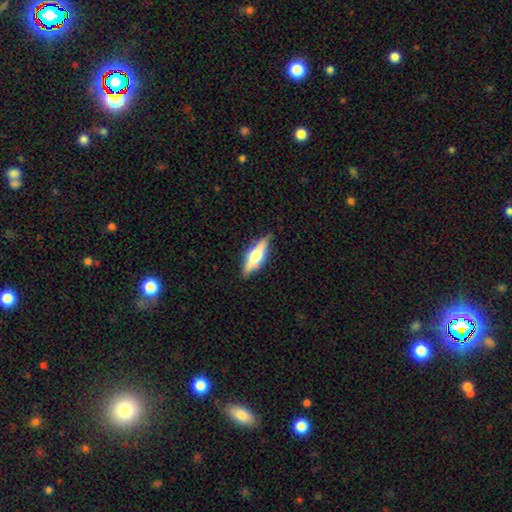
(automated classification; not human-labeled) smooth-or-featured: featured or disk: 58% | smooth: 36% | star or artifact: 6%
  disk-edge-on: yes: 94% | no: 6%
    edge-on-bulge: rounded: 89% | boxy: 8% | none: 3%
  merging: none: 84% | minor disturbance: 12% | major disturbance: 3% | merger: 1%